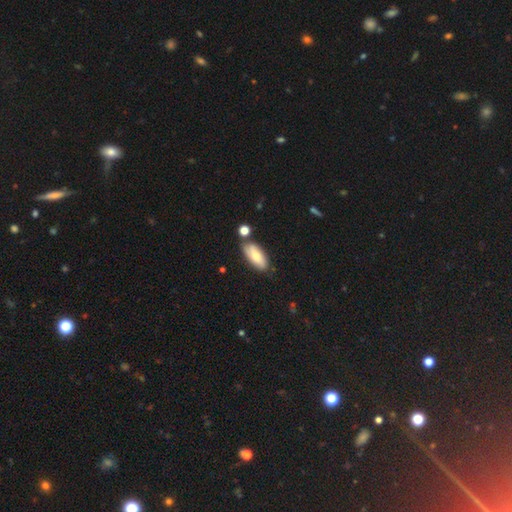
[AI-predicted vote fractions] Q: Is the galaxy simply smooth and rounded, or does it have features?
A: smooth — 70%.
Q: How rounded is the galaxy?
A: in between — 82%.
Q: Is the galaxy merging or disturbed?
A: none — 74%.